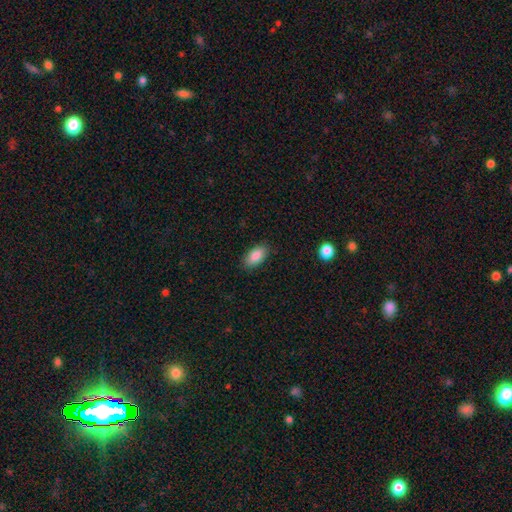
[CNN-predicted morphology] Q: Smooth or featured?
A: smooth (87%); runner-up: star or artifact (7%)
Q: How rounded?
A: in between (93%); runner-up: cigar-shaped (4%)
Q: Merging?
A: none (87%); runner-up: minor disturbance (9%)